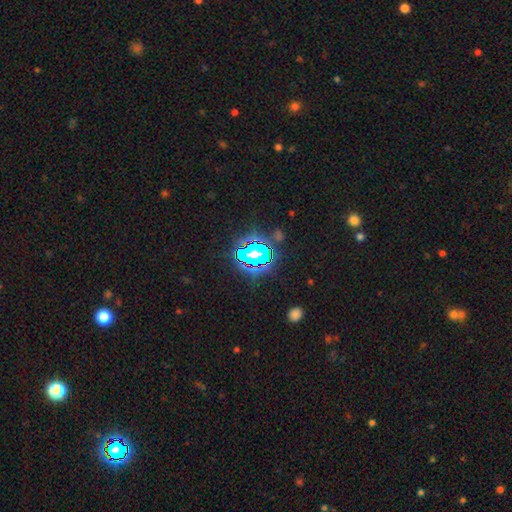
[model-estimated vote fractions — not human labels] star or artifact 76%, smooth 16%, featured or disk 9%.